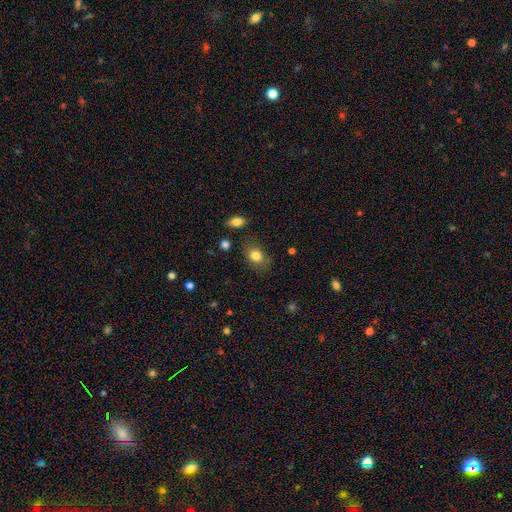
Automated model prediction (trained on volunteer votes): Smooth or featured?
  - smooth: 81% *
  - featured or disk: 10%
  - star or artifact: 9%
How rounded?
  - in between: 70% *
  - round: 29%
  - cigar-shaped: 1%
Merging?
  - none: 73% *
  - minor disturbance: 19%
  - major disturbance: 5%
  - merger: 3%